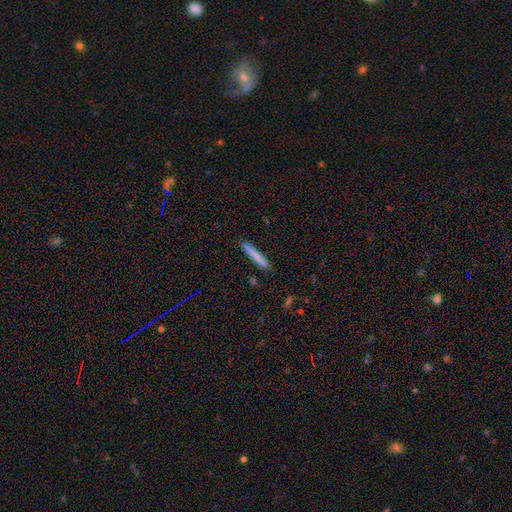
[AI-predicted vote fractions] Smooth or featured: smooth — 79% (featured or disk — 15%)
How rounded: cigar-shaped — 96% (in between — 3%)
Merging: none — 89% (minor disturbance — 8%)